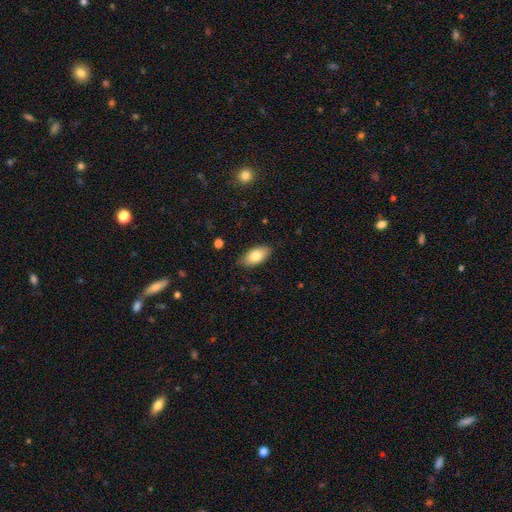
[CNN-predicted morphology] Overall: smooth (80%). How rounded: in between (92%). Merging: none (84%).